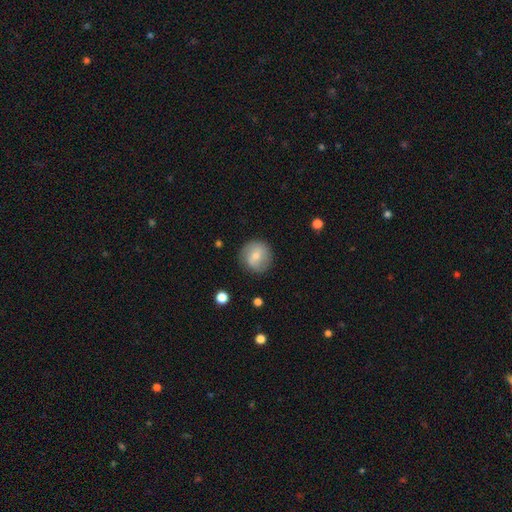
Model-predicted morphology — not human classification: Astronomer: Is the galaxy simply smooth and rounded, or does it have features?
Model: smooth — 63%.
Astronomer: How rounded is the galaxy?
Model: round — 91%.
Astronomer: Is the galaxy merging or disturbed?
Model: none — 83%.